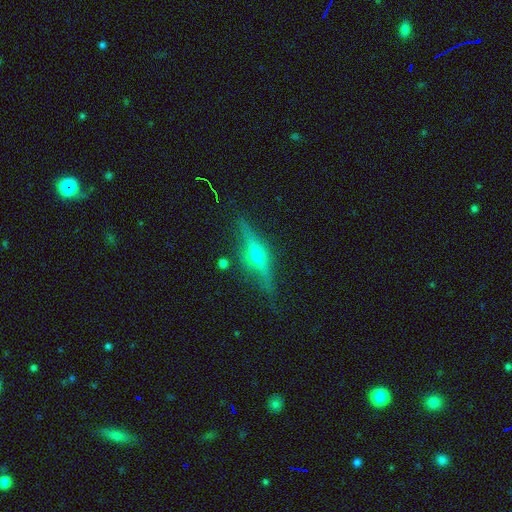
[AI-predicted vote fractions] A featured or disk galaxy (73%) viewed edge-on (94%) with a rounded central bulge (92%).

Vote fractions:
- Smooth or featured? featured or disk: 73% / smooth: 17% / star or artifact: 10%
- Edge-on disk? yes: 94% / no: 6%
- Edge-on bulge? rounded: 92% / boxy: 4% / none: 4%
- Merging? none: 83% / minor disturbance: 12% / major disturbance: 3% / merger: 2%